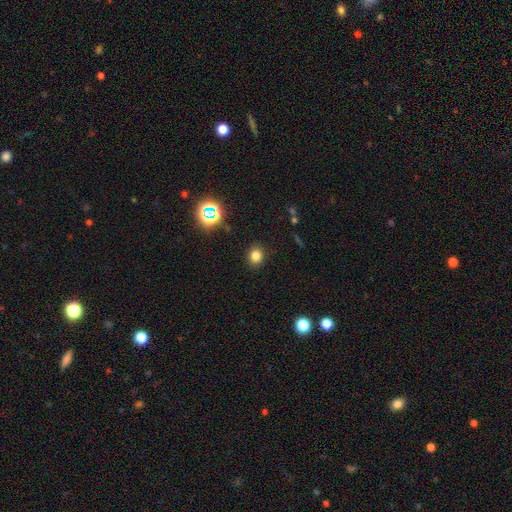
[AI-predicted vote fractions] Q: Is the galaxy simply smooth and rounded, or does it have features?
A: smooth — 78%.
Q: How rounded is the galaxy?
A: round — 71%.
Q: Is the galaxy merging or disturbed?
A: none — 89%.